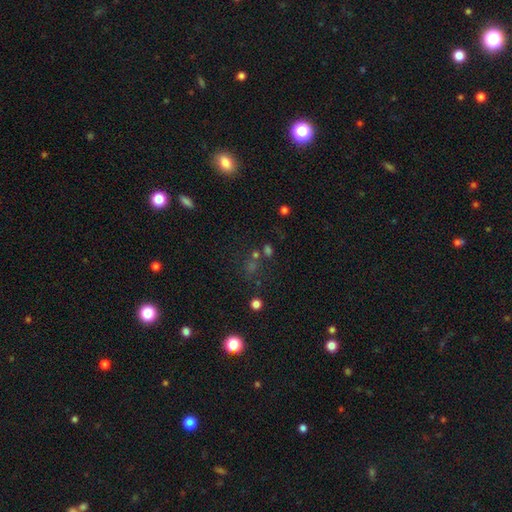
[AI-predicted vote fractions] This is possibly a star or artifact rather than a galaxy (46%).